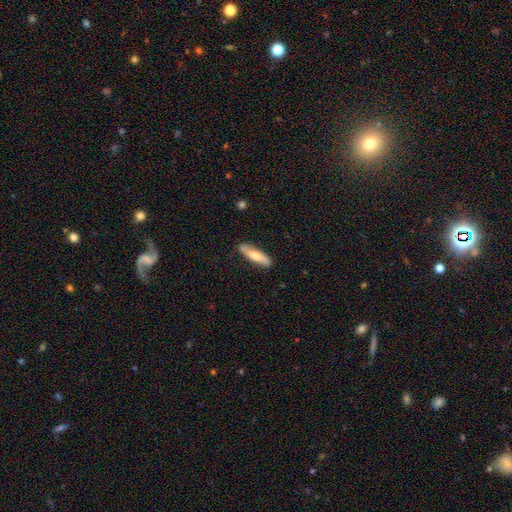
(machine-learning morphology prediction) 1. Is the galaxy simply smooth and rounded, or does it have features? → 65% smooth, 30% featured or disk, 5% star or artifact.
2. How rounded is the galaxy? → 72% cigar-shaped, 27% in between, 2% round.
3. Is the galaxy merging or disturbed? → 82% none, 14% minor disturbance, 3% major disturbance, 2% merger.